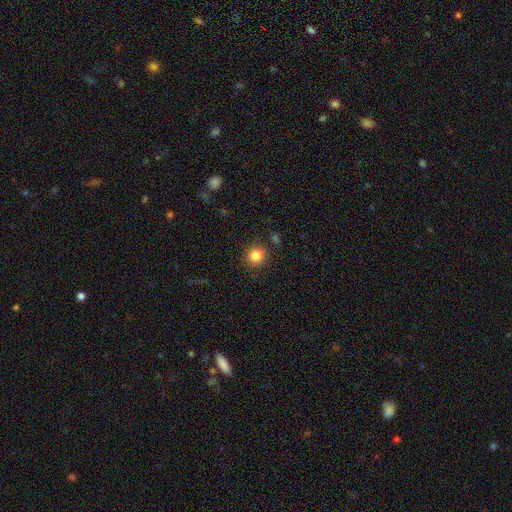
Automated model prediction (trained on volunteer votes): A smooth galaxy with no disk features (84%) that is round (93%).

Vote fractions:
- Smooth or featured? smooth: 84% / star or artifact: 11% / featured or disk: 5%
- How rounded? round: 93% / in between: 6% / cigar-shaped: 1%
- Merging? none: 88% / minor disturbance: 7% / major disturbance: 3% / merger: 3%